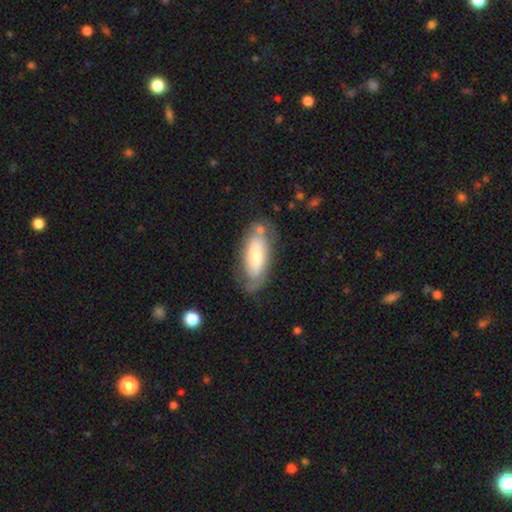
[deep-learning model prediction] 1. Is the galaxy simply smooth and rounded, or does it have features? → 57% smooth, 37% featured or disk, 6% star or artifact.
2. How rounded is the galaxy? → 80% in between, 18% cigar-shaped, 2% round.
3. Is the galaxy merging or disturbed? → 62% none, 23% minor disturbance, 9% major disturbance, 7% merger.